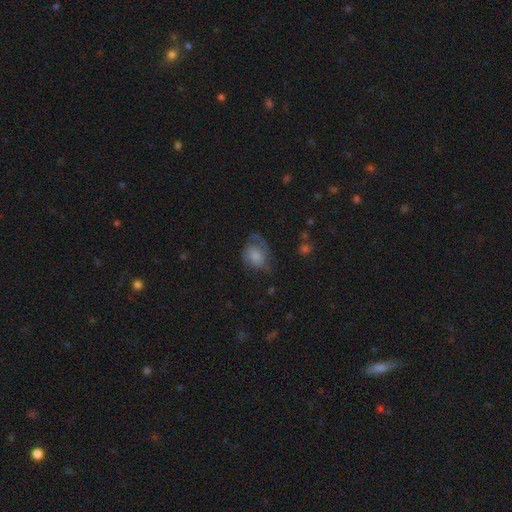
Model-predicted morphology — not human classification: smooth_or_featured: smooth (p=0.62) [alt: featured or disk p=0.29]
how_rounded: in between (p=0.60) [alt: round p=0.39]
merging: none (p=0.35) [alt: major disturbance p=0.32]